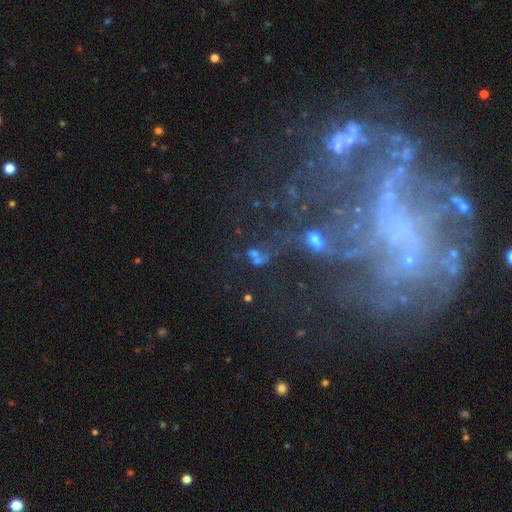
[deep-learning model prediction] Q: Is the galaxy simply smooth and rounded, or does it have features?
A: featured or disk — 54%.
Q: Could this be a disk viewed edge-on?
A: no — 93%.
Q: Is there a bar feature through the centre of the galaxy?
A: no — 60%.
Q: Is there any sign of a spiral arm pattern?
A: yes — 68%.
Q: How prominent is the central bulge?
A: small — 51%.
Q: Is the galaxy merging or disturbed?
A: none — 50%.